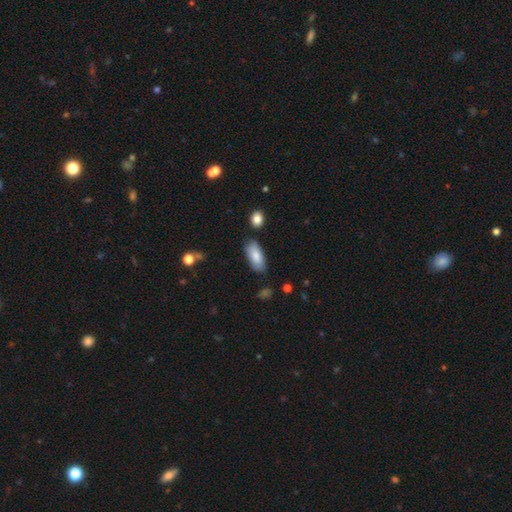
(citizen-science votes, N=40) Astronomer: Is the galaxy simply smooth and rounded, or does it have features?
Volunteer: smooth — 80%.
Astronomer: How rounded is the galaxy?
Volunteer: in between — 94%.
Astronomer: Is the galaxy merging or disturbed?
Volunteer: none — 92%.